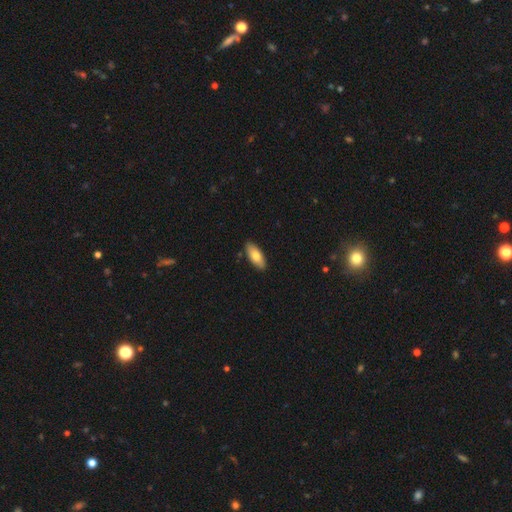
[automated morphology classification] Smooth or featured?
  - smooth: 78% *
  - featured or disk: 17%
  - star or artifact: 6%
How rounded?
  - in between: 81% *
  - cigar-shaped: 17%
  - round: 2%
Merging?
  - none: 88% *
  - minor disturbance: 9%
  - major disturbance: 2%
  - merger: 1%